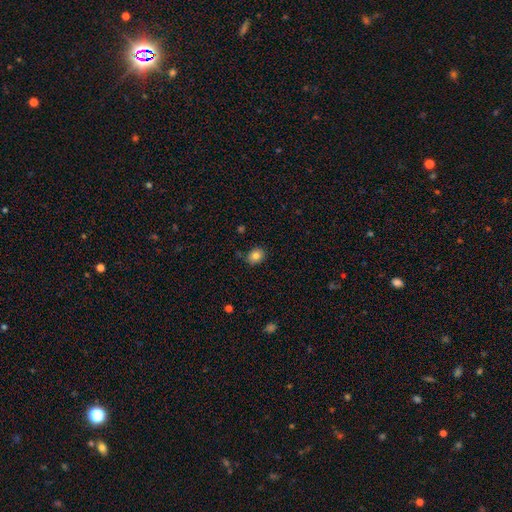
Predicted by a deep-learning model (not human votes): smooth 82%, star or artifact 10%, featured or disk 7%. Down the decision tree: how rounded — round (54%); merging — none (79%).